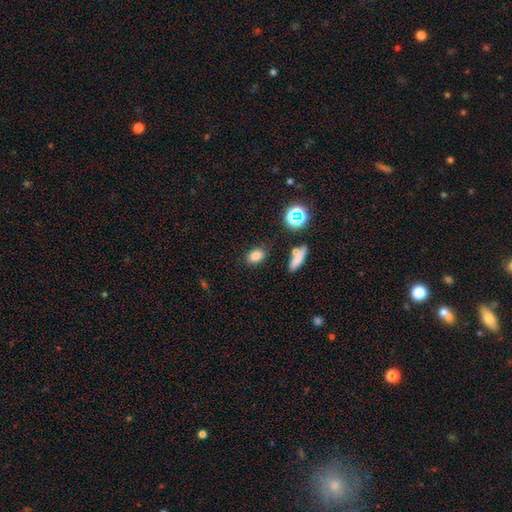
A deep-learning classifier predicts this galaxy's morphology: Q: Smooth or featured?
A: smooth (78%); runner-up: star or artifact (14%)
Q: How rounded?
A: in between (71%); runner-up: round (27%)
Q: Merging?
A: none (80%); runner-up: minor disturbance (12%)